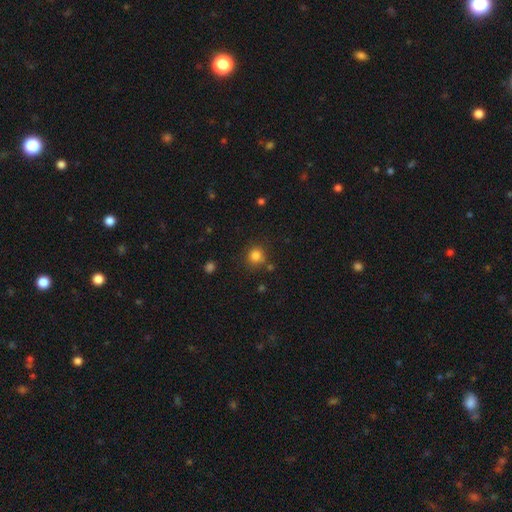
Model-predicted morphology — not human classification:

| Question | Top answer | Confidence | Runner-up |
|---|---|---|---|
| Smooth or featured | smooth | 82% | star or artifact (13%) |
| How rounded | round | 89% | in between (10%) |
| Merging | none | 79% | minor disturbance (11%) |